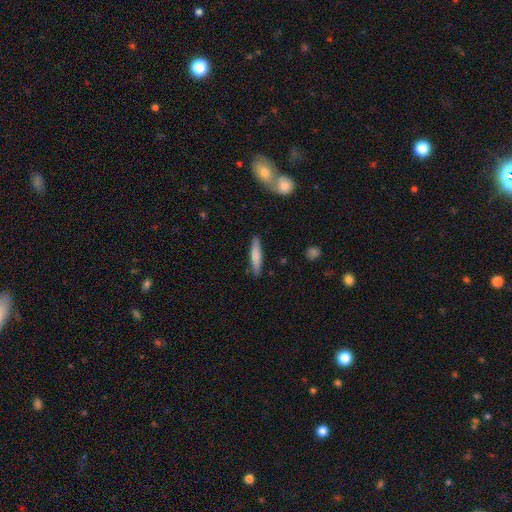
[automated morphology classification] type=smooth (77%); roundness=cigar-shaped (87%); merging=none (88%).